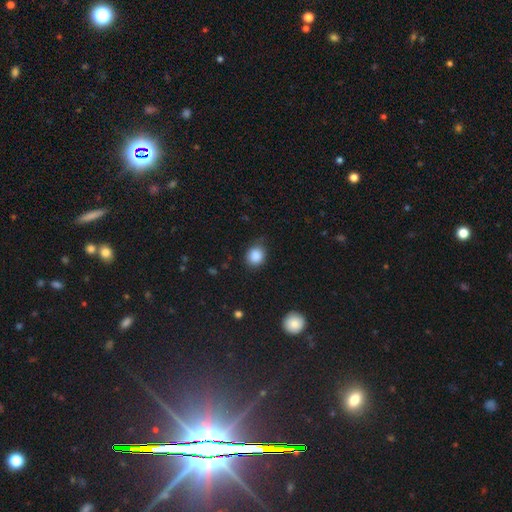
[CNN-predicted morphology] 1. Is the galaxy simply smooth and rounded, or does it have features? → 86% smooth, 10% star or artifact, 4% featured or disk.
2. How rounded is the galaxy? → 71% round, 28% in between, 1% cigar-shaped.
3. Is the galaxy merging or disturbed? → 73% none, 21% minor disturbance, 5% major disturbance, 2% merger.